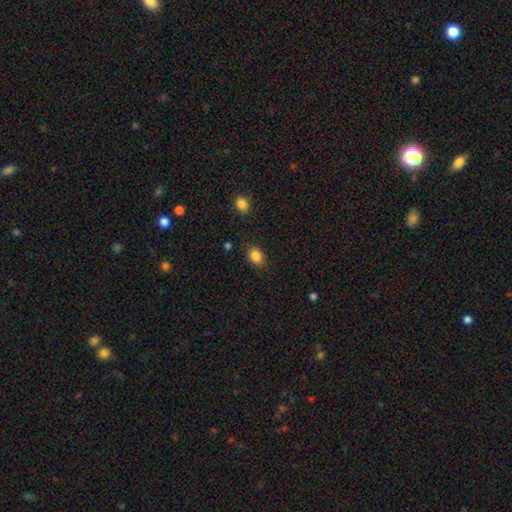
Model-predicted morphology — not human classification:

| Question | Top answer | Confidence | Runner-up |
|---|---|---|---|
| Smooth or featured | smooth | 85% | star or artifact (10%) |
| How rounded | in between | 63% | round (35%) |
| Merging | none | 81% | minor disturbance (14%) |